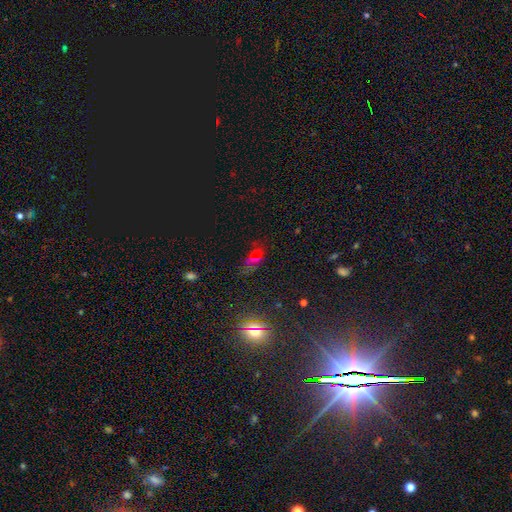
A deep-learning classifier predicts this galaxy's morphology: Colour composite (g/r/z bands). It shows a star or artifact, not a galaxy (43%).